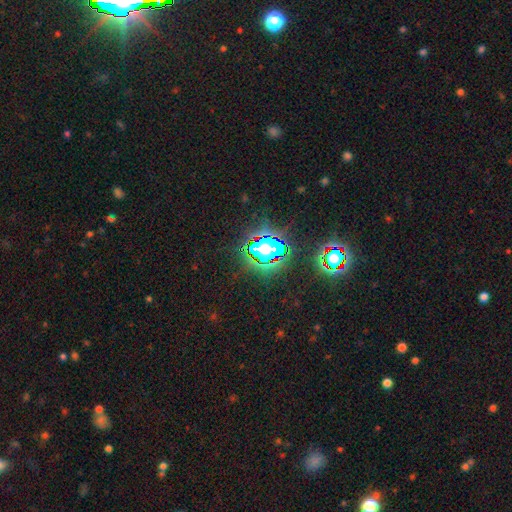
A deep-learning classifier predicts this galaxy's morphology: This is likely a star or artifact rather than a galaxy (67%).